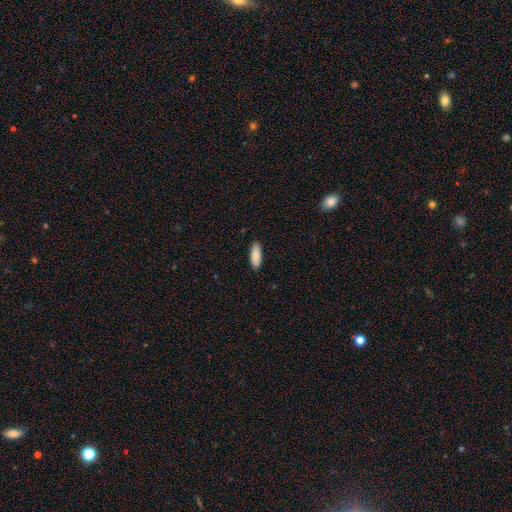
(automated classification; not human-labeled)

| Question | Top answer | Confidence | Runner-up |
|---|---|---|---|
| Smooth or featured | smooth | 90% | star or artifact (6%) |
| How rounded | in between | 64% | cigar-shaped (34%) |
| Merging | none | 89% | minor disturbance (8%) |